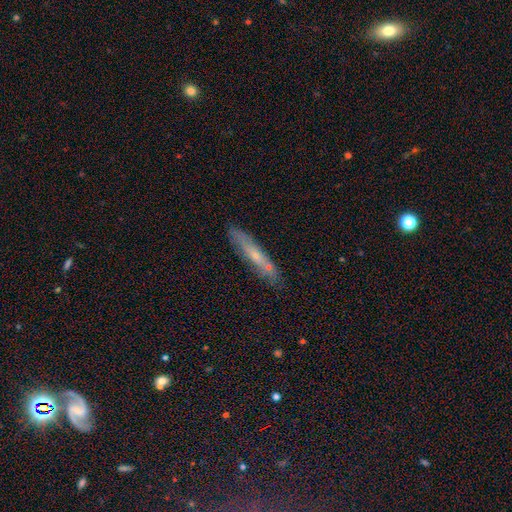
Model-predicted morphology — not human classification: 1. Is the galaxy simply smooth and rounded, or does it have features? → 49% smooth, 43% featured or disk, 9% star or artifact.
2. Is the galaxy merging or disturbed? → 79% none, 14% minor disturbance, 4% merger, 3% major disturbance.